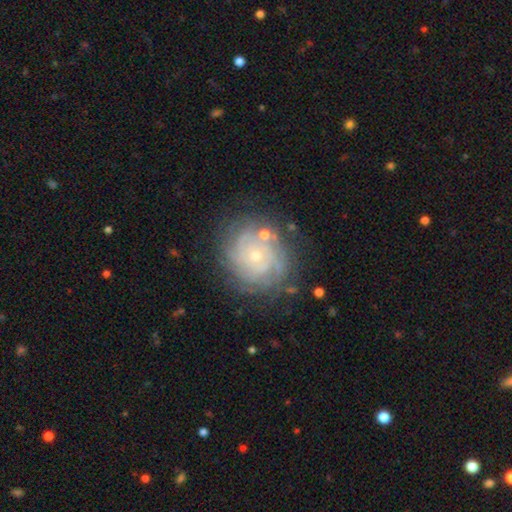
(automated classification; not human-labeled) Smooth or featured: featured or disk — 81% (smooth — 12%)
Edge-on disk: no — 98% (yes — 2%)
Bar: no — 82% (weak — 15%)
Spiral arms: yes — 94% (no — 6%)
Spiral winding: tight — 80% (medium — 16%)
Spiral arm count: can't tell — 37% (4 — 19%)
Bulge size: small — 77% (moderate — 19%)
Merging: none — 77% (minor disturbance — 14%)